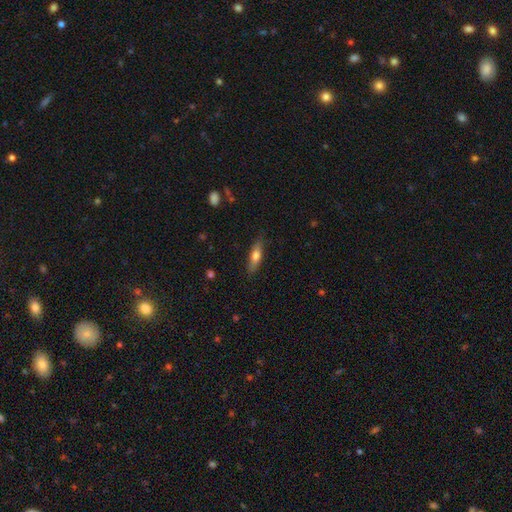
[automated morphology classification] Smooth or featured? Predicted: smooth (p=0.64). How rounded? Predicted: cigar-shaped (p=0.58). Merging? Predicted: none (p=0.82).